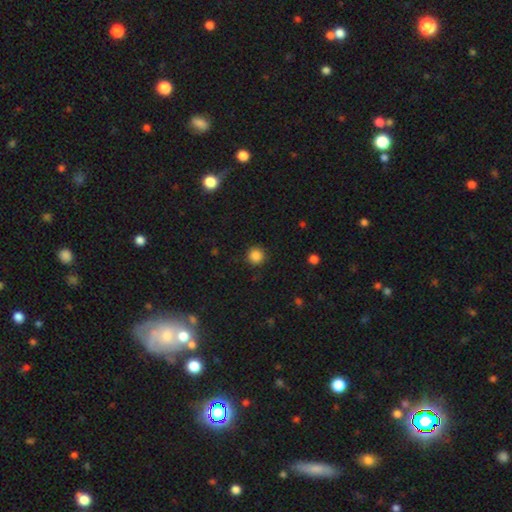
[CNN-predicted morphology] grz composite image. It shows a smooth galaxy with no disk features (86%) that is round (94%). Merging: none (91%).